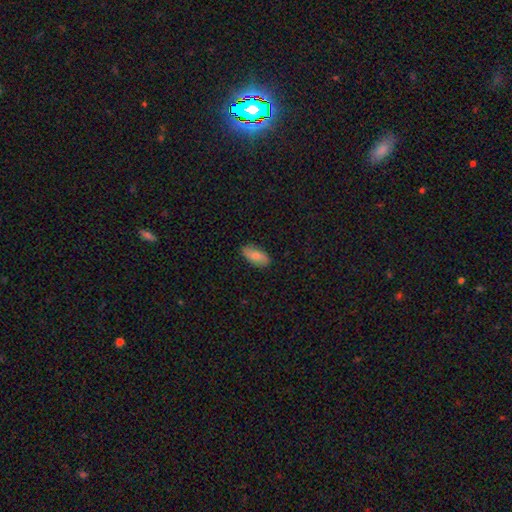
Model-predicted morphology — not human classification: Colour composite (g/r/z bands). It shows a smooth galaxy with no disk features (78%) that is in between round and cigar-shaped (89%). Merging: none (84%).